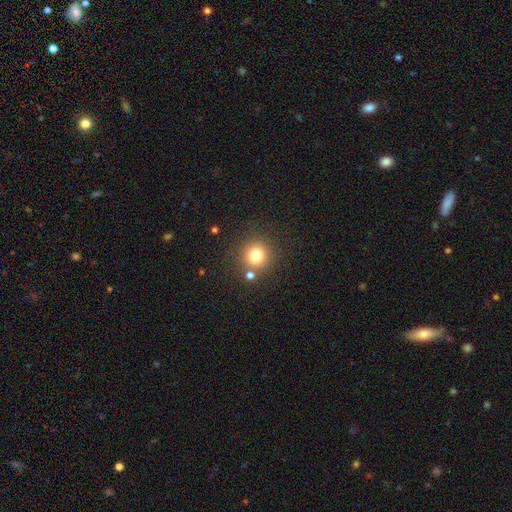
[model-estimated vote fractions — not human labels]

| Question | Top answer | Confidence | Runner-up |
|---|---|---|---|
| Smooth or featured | smooth | 78% | star or artifact (14%) |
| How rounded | round | 93% | in between (6%) |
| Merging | none | 79% | merger (10%) |